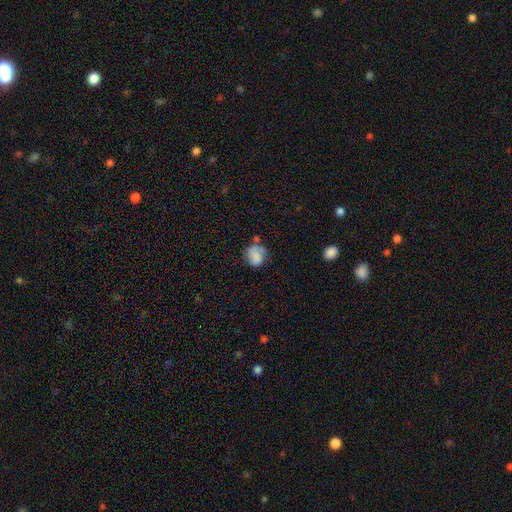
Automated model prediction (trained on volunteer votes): Smooth or featured? Predicted: smooth (p=0.73). How rounded? Predicted: round (p=0.61). Merging? Predicted: none (p=0.48).